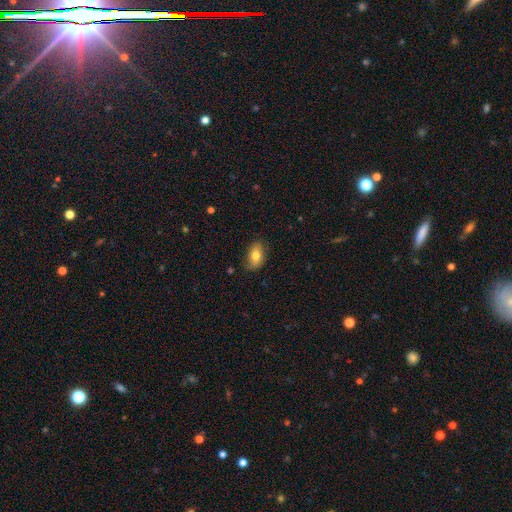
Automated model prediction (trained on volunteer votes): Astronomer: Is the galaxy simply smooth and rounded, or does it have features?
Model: smooth — 76%.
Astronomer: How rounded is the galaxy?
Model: in between — 88%.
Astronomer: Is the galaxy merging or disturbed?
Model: none — 79%.